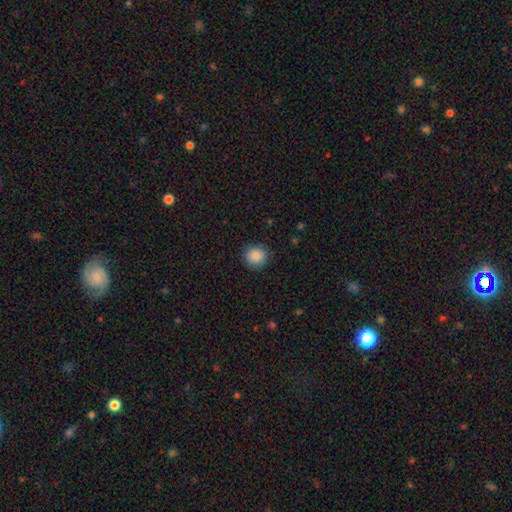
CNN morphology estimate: A smooth galaxy with no disk features (87%) that is round (91%). Merging: none (88%).